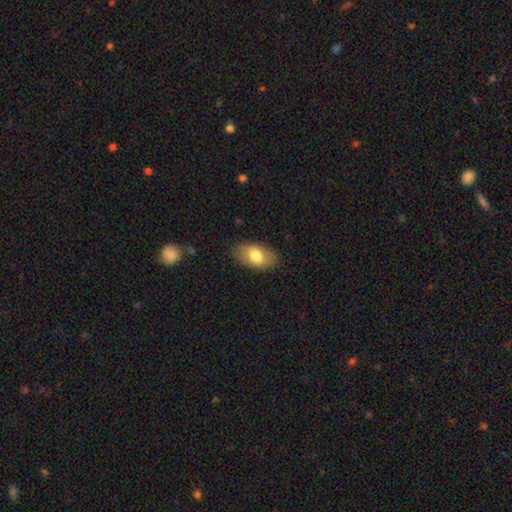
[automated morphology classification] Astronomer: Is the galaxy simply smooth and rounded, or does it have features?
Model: smooth — 74%.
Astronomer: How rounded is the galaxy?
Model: in between — 93%.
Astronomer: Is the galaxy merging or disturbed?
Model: none — 83%.